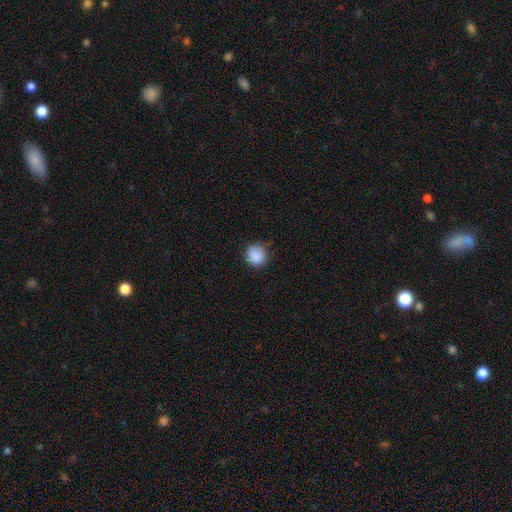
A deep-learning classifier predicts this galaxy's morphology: Smooth or featured? Predicted: smooth (p=0.89). How rounded? Predicted: round (p=0.92). Merging? Predicted: none (p=0.85).